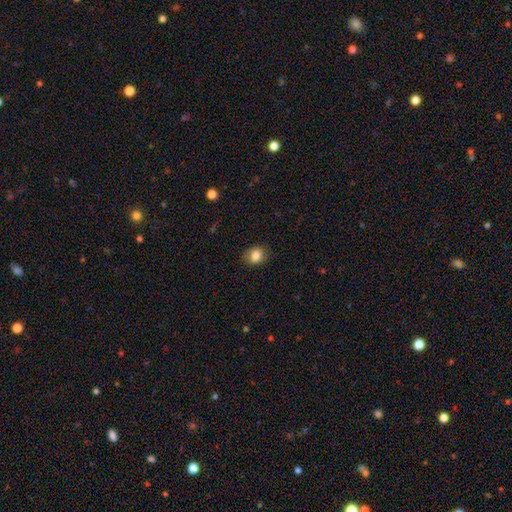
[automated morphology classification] type=smooth (83%); roundness=in between (51%); merging=none (82%).